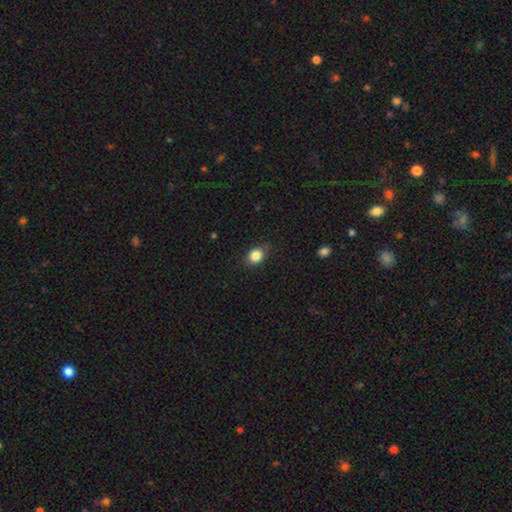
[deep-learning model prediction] Overall: smooth (84%). How rounded: round (54%; in between 45%). Merging: none (78%).